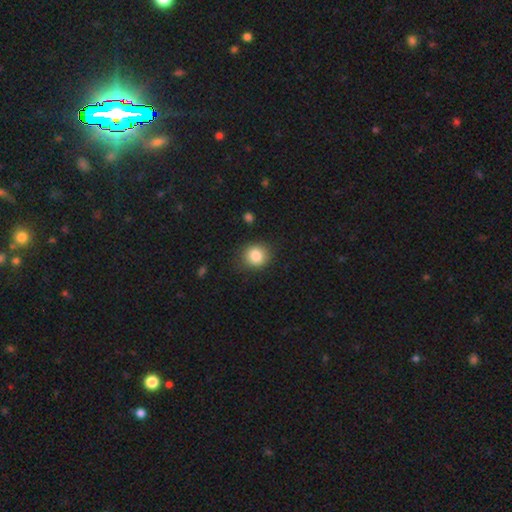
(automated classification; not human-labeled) Smooth or featured? smooth (85%)
How rounded? round (82%)
Merging? none (85%)